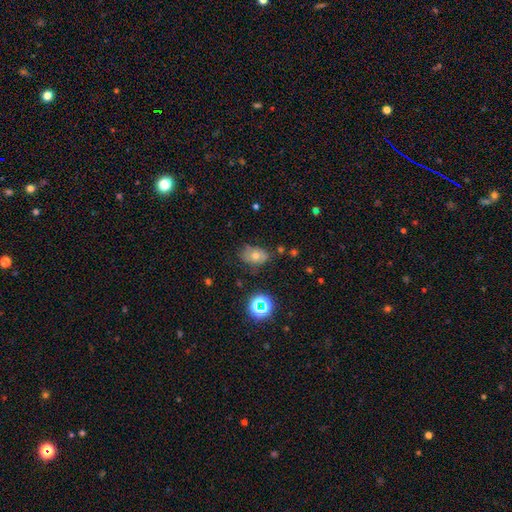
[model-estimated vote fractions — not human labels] Smooth or featured? Predicted: smooth (p=0.57). How rounded? Predicted: in between (p=0.76). Merging? Predicted: none (p=0.67).